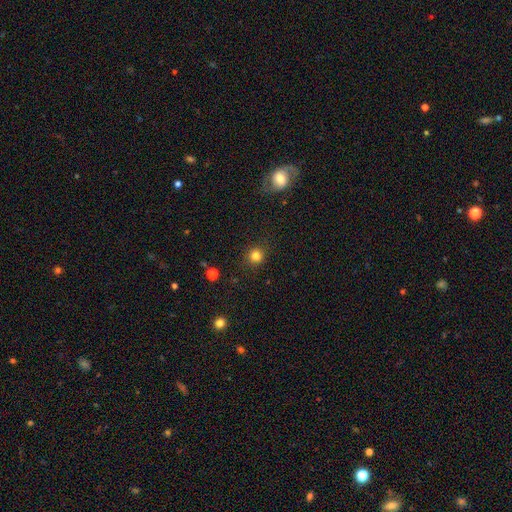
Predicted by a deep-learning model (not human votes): A smooth galaxy with no disk features (82%) that is round (92%). Merging: none (89%).